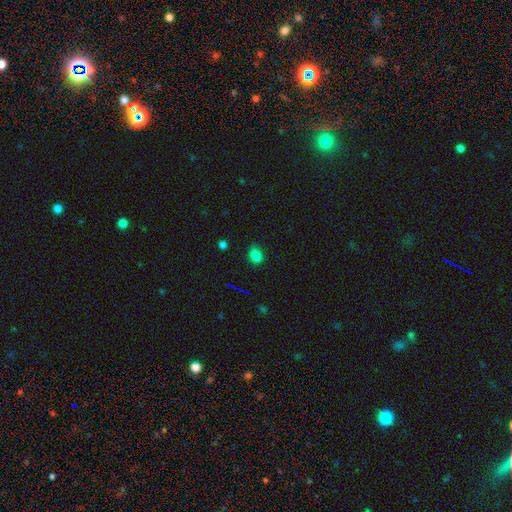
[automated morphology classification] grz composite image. It shows a smooth galaxy with no disk features (75%) that is in between round and cigar-shaped (72%). Merging: none (67%).